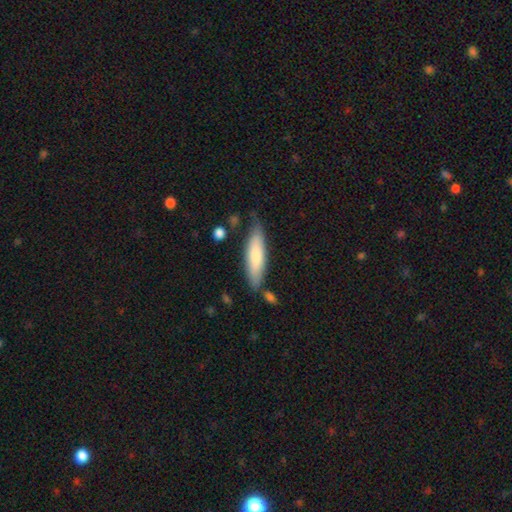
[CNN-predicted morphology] This is likely a smooth galaxy (74%). How rounded: likely cigar-shaped (65%). Merging: likely none (73%).